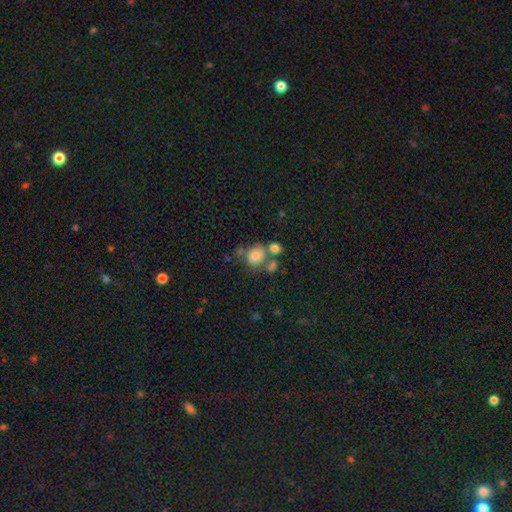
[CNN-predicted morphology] A smooth galaxy with no disk features (77%) that is round (50%).

Vote fractions:
- Smooth or featured? smooth: 77% / featured or disk: 12% / star or artifact: 11%
- How rounded? round: 50% / in between: 49% / cigar-shaped: 1%
- Merging? none: 41% / merger: 35% / minor disturbance: 14% / major disturbance: 9%